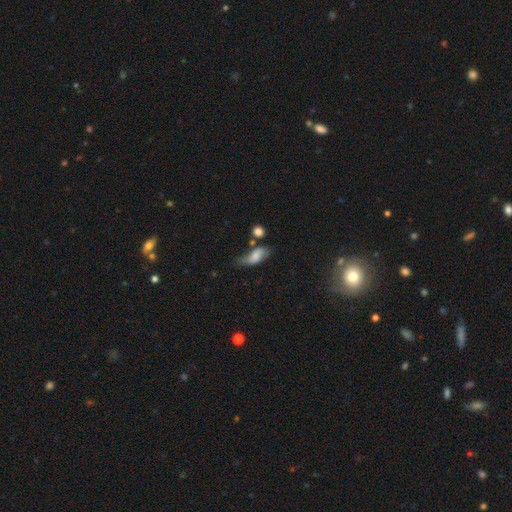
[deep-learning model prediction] Q: Smooth or featured?
A: smooth (55%); runner-up: featured or disk (35%)
Q: How rounded?
A: in between (78%); runner-up: cigar-shaped (15%)
Q: Merging?
A: none (45%); runner-up: minor disturbance (31%)